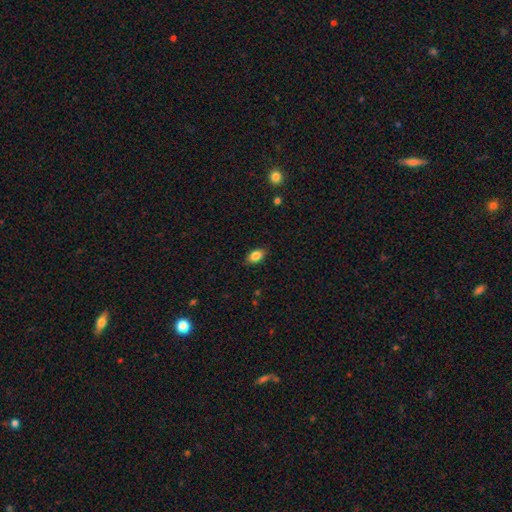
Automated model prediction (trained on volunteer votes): Smooth or featured: smooth — 85% (star or artifact — 8%)
How rounded: in between — 88% (round — 10%)
Merging: none — 86% (minor disturbance — 11%)